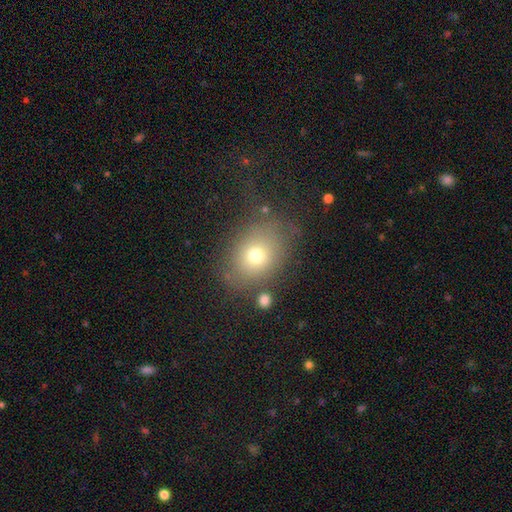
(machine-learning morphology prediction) This appears to be a smooth galaxy with no disk features (70%) that is in between round and cigar-shaped (58%). Merging: none (67%).